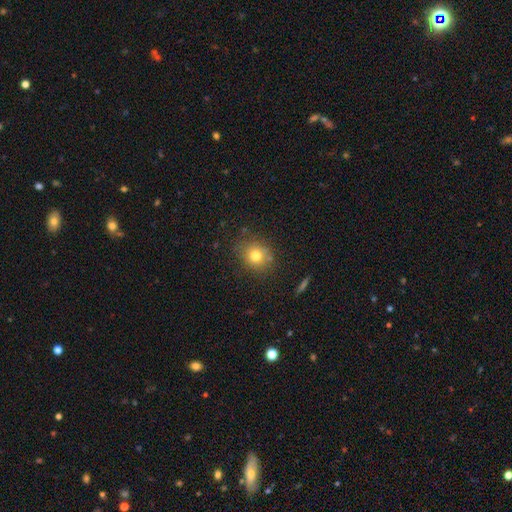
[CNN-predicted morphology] Smooth or featured? Predicted: smooth (p=0.77). How rounded? Predicted: round (p=0.73). Merging? Predicted: none (p=0.78).